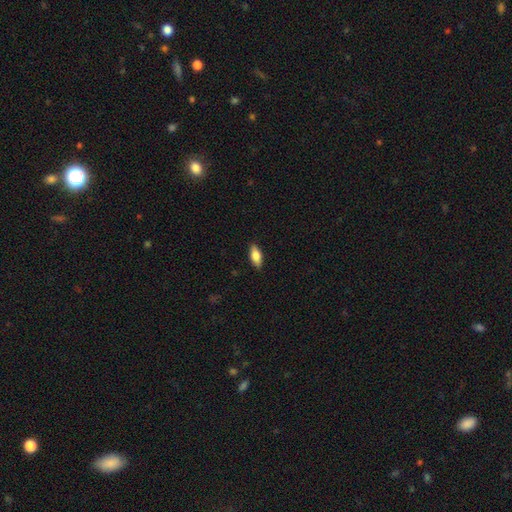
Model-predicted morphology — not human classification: The model was most divided on "smooth or featured": smooth: 77%, featured or disk: 17%, star or artifact: 6%. More confident: merging — none (88%); how rounded — in between (81%).